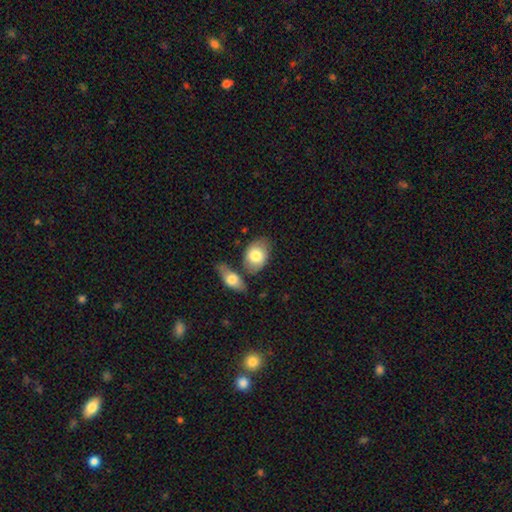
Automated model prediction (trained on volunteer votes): Smooth or featured? smooth (78%)
How rounded? in between (82%)
Merging? none (60%)